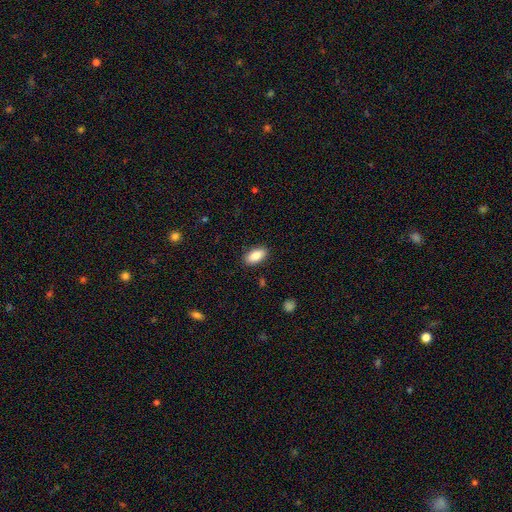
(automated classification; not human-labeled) Overall: smooth (86%). How rounded: in between (92%). Merging: none (88%).